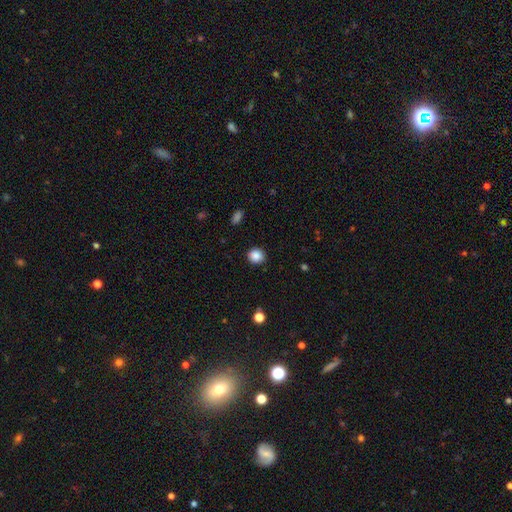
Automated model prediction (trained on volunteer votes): A smooth galaxy with no disk features (87%) that is round (87%). Merging: none (91%).